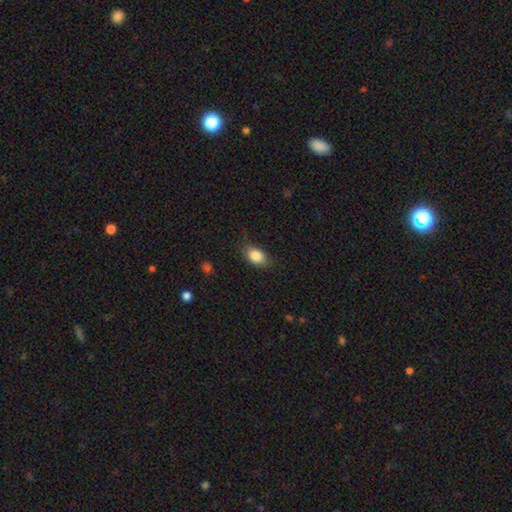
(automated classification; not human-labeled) A smooth galaxy with no disk features (86%) that is in between round and cigar-shaped (85%).

Vote fractions:
- Smooth or featured? smooth: 86% / star or artifact: 8% / featured or disk: 6%
- How rounded? in between: 85% / round: 13% / cigar-shaped: 2%
- Merging? none: 79% / minor disturbance: 16% / major disturbance: 4% / merger: 1%